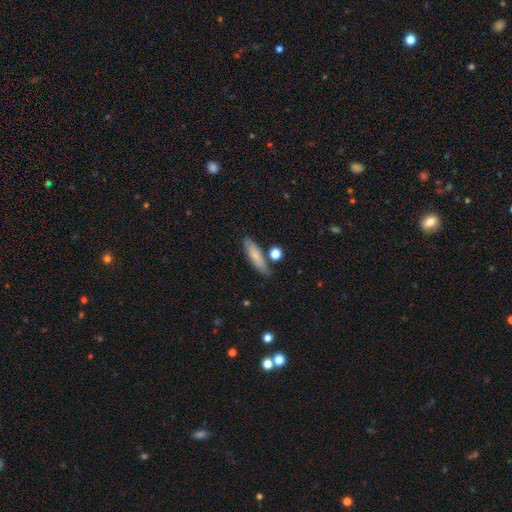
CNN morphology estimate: smooth 76%, featured or disk 17%, star or artifact 7%. Down the decision tree: how rounded — cigar-shaped (65%); merging — none (76%).